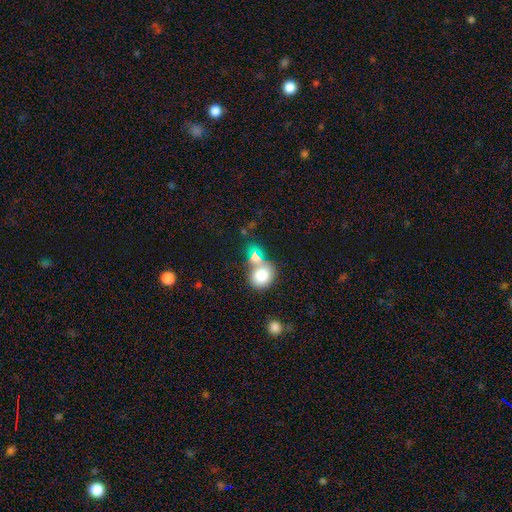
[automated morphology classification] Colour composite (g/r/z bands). It shows a smooth galaxy with no disk features (75%) that is round (54%). Merging: merger (53%).